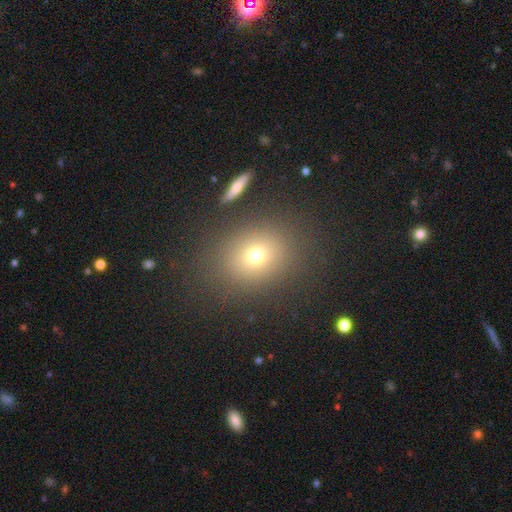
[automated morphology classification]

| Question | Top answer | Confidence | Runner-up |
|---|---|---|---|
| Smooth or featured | smooth | 69% | star or artifact (17%) |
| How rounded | round | 62% | in between (36%) |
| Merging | none | 83% | minor disturbance (9%) |